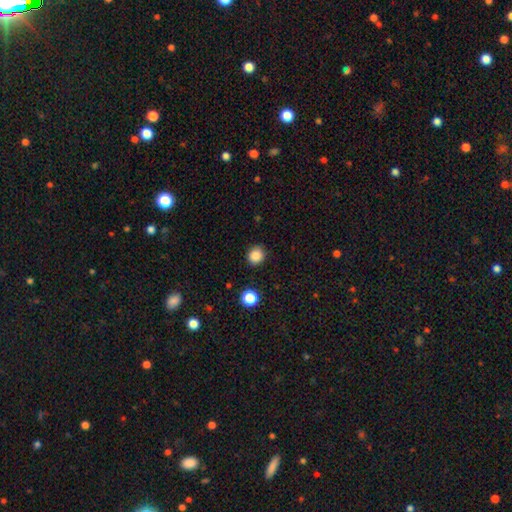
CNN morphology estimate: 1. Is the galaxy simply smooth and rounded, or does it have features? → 86% smooth, 11% star or artifact, 3% featured or disk.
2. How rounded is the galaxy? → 86% round, 13% in between, 1% cigar-shaped.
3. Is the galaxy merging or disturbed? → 89% none, 7% minor disturbance, 2% major disturbance, 1% merger.